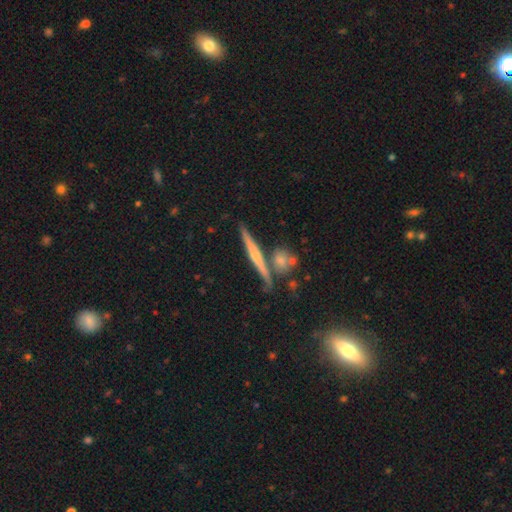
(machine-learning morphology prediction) The model was most divided on "edge-on bulge": rounded: 47%, none: 42%, boxy: 11%. More confident: edge-on disk — yes (96%); merging — none (77%); smooth or featured — featured or disk (60%).